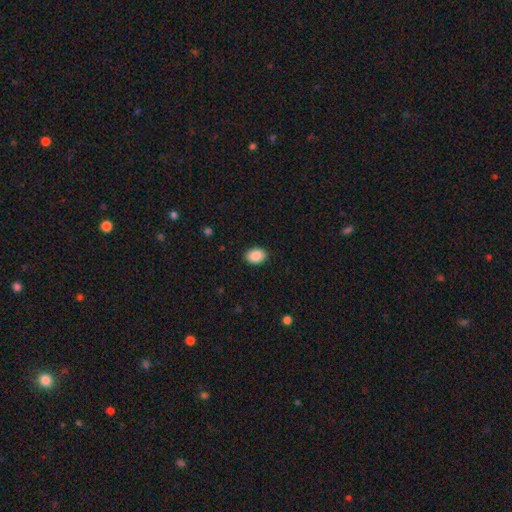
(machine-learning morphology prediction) Overall: smooth (89%). How rounded: in between (77%). Merging: none (90%).